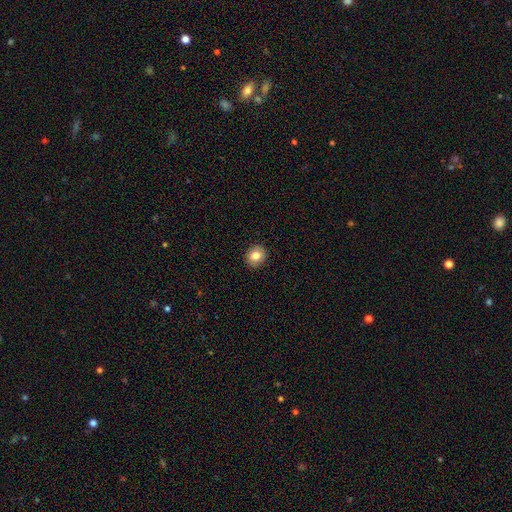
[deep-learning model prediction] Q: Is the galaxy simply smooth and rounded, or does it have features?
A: smooth — 82%.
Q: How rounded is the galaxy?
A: round — 74%.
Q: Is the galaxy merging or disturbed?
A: none — 92%.